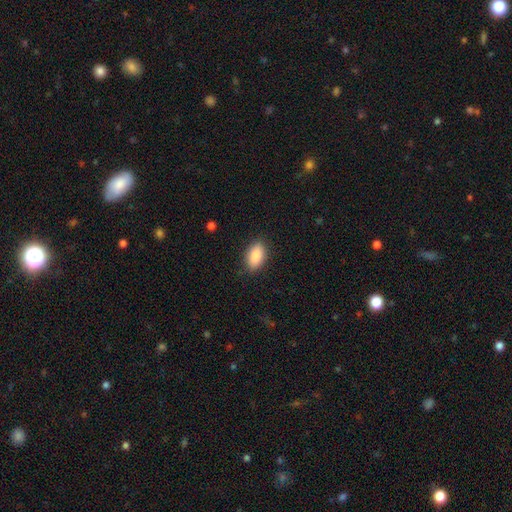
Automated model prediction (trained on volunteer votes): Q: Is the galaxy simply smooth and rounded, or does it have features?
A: smooth — 89%.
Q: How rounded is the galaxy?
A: in between — 91%.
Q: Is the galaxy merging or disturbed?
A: none — 86%.